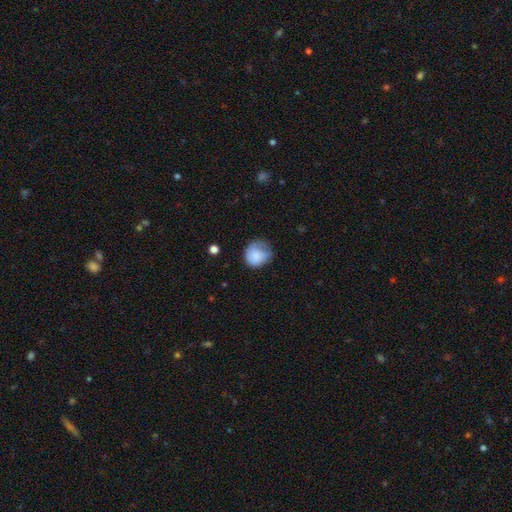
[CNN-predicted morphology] Overall: smooth (79%). How rounded: round (79%). Merging: none (48%; minor disturbance 35%).